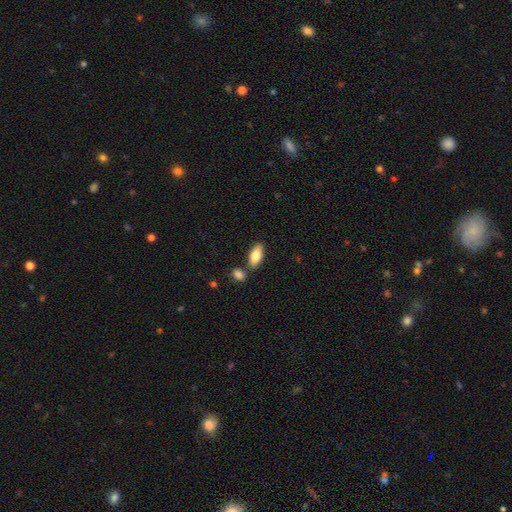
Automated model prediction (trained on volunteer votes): Q: Smooth or featured?
A: smooth (81%); runner-up: featured or disk (13%)
Q: How rounded?
A: in between (85%); runner-up: cigar-shaped (12%)
Q: Merging?
A: none (75%); runner-up: merger (12%)